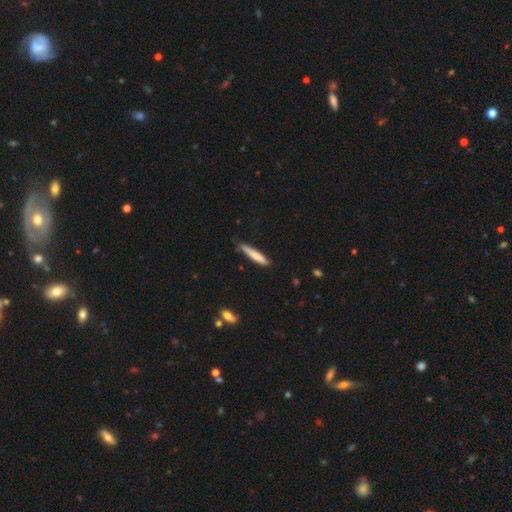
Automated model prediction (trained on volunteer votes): smooth-or-featured: smooth: 76% | featured or disk: 18% | star or artifact: 6%
  how-rounded: cigar-shaped: 92% | in between: 7% | round: 1%
  merging: none: 73% | minor disturbance: 22% | major disturbance: 3% | merger: 2%